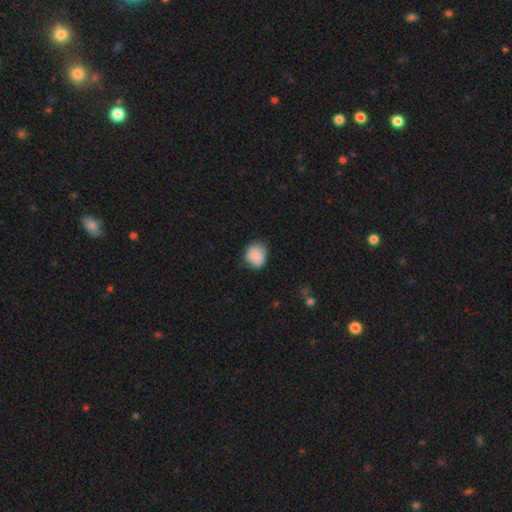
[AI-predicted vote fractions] Smooth or featured? smooth (85%)
How rounded? round (66%)
Merging? none (69%)